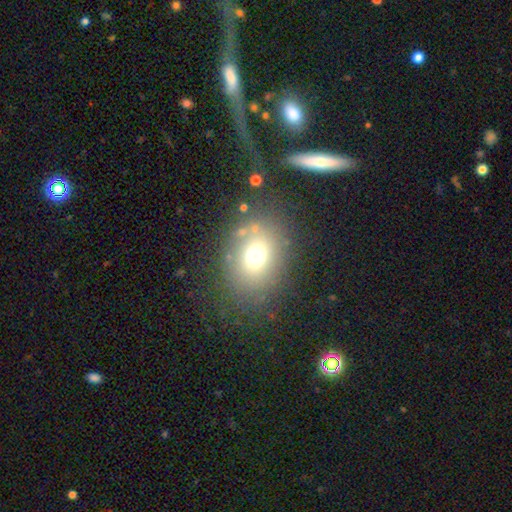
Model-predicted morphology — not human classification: type=smooth (68%); roundness=round (53%); merging=none (77%).